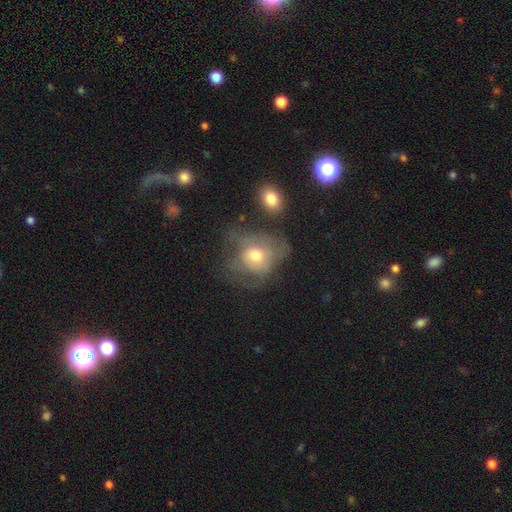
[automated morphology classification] Q: Smooth or featured?
A: smooth (53%); runner-up: featured or disk (37%)
Q: How rounded?
A: round (60%); runner-up: in between (39%)
Q: Merging?
A: major disturbance (39%); runner-up: none (30%)